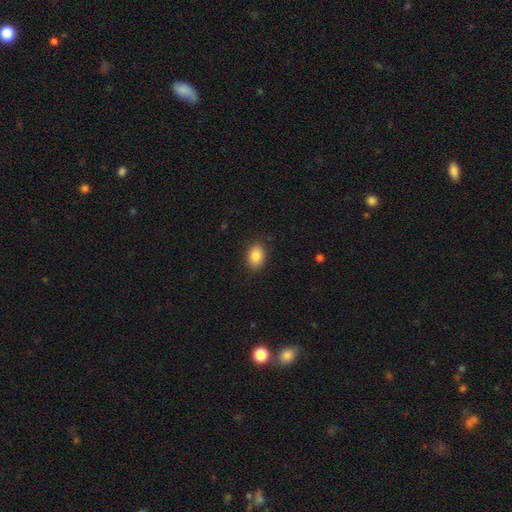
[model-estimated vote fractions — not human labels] A smooth galaxy with no disk features (86%) that is in between round and cigar-shaped (80%). Merging: none (86%).